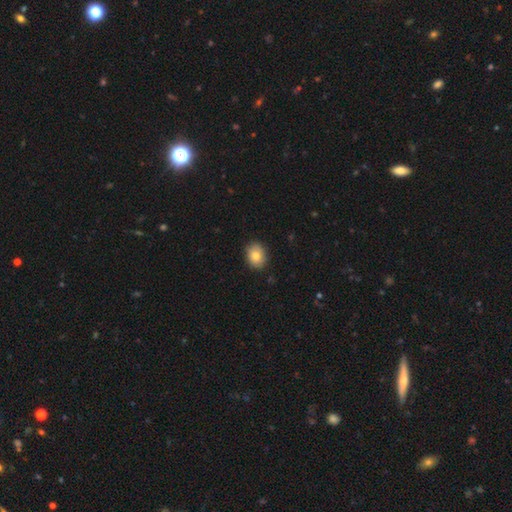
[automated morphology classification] Q: Smooth or featured?
A: smooth (83%); runner-up: featured or disk (9%)
Q: How rounded?
A: in between (52%); runner-up: round (47%)
Q: Merging?
A: none (88%); runner-up: minor disturbance (9%)